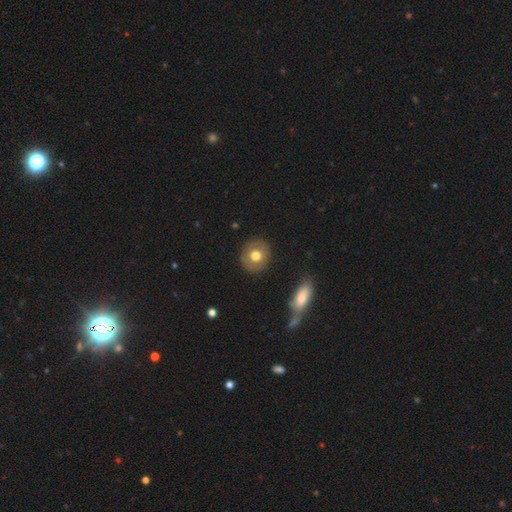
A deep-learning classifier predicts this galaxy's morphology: Overall: smooth (69%). How rounded: round (86%). Merging: none (88%).